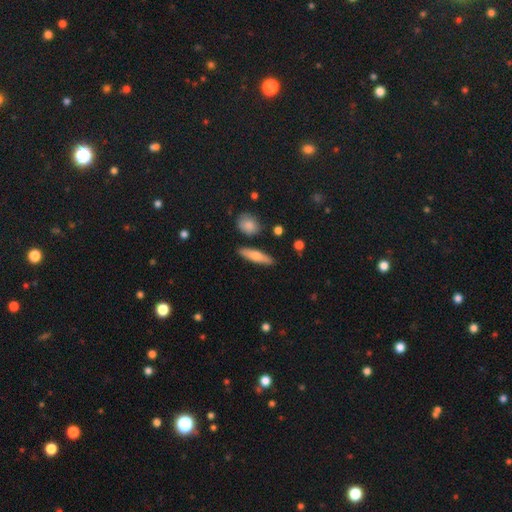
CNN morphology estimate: A smooth galaxy with no disk features (66%) that is cigar-shaped (70%).

Vote fractions:
- Smooth or featured? smooth: 66% / featured or disk: 28% / star or artifact: 6%
- How rounded? cigar-shaped: 70% / in between: 27% / round: 3%
- Merging? none: 86% / minor disturbance: 8% / merger: 3% / major disturbance: 2%